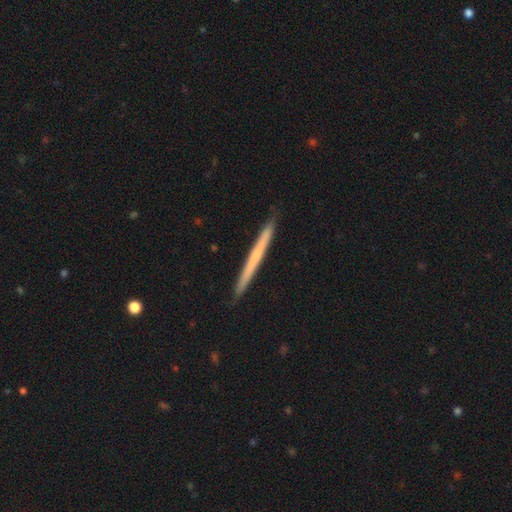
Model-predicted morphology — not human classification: Smooth or featured? Predicted: smooth (p=0.50). Merging? Predicted: none (p=0.91).